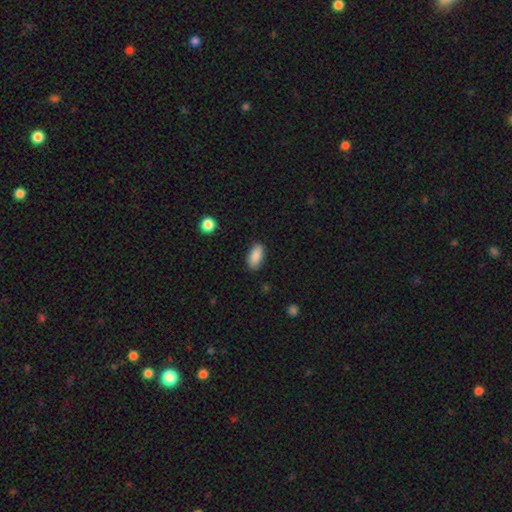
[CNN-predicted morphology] A smooth galaxy with no disk features (88%) that is in between round and cigar-shaped (90%).

Vote fractions:
- Smooth or featured? smooth: 88% / star or artifact: 7% / featured or disk: 5%
- How rounded? in between: 90% / cigar-shaped: 7% / round: 3%
- Merging? none: 87% / minor disturbance: 10% / major disturbance: 2% / merger: 1%